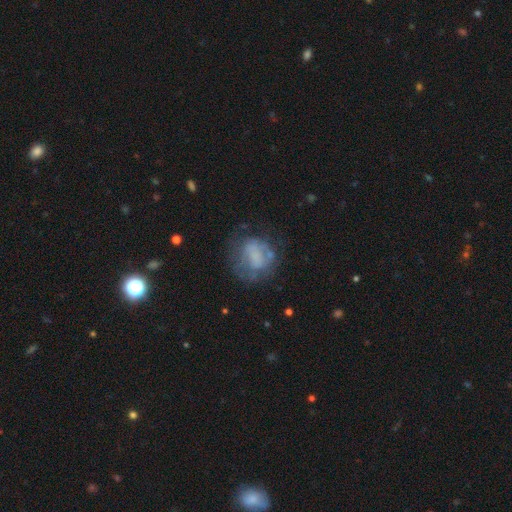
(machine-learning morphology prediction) A smooth galaxy with no disk features (47%).

Vote fractions:
- Smooth or featured? smooth: 47% / featured or disk: 41% / star or artifact: 12%
- Merging? none: 48% / major disturbance: 24% / minor disturbance: 24% / merger: 4%